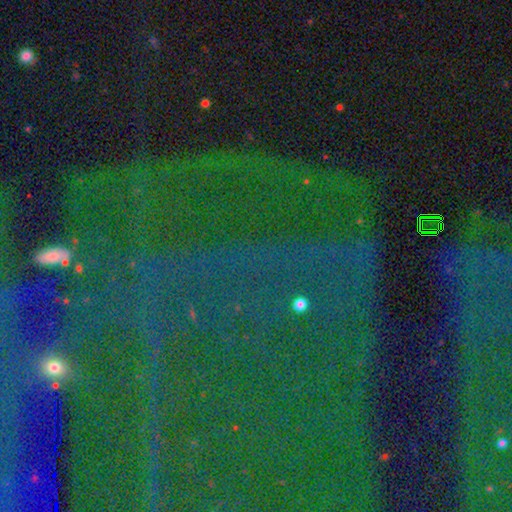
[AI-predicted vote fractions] A star or artifact, not a galaxy (85%).